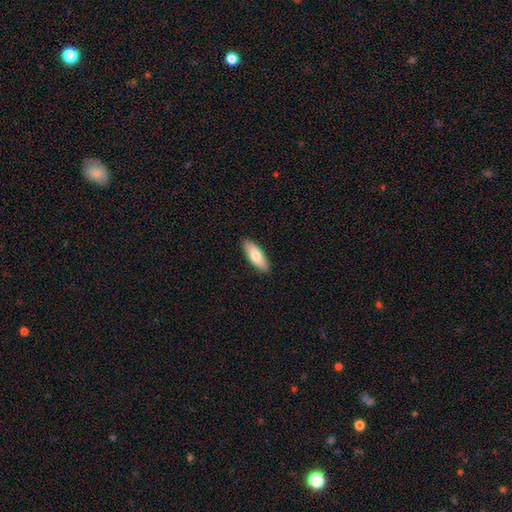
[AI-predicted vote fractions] A smooth galaxy with no disk features (78%) that is in between round and cigar-shaped (68%). Merging: none (90%).